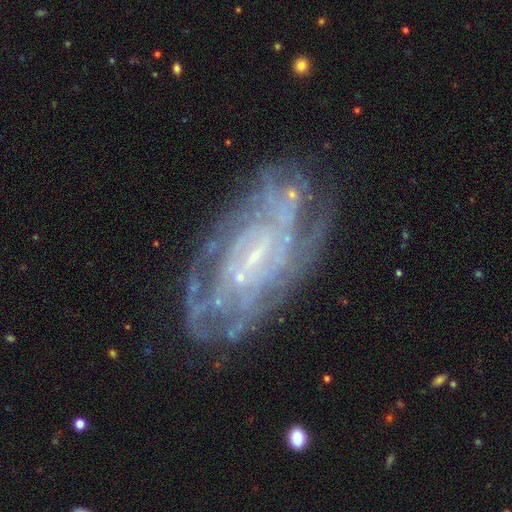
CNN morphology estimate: Overall: featured or disk (85%). Edge-on disk: no (95%). Bar: no (44%; weak 40%). Spiral arms: yes (93%). Spiral arm count: can't tell (41%; 2 14%). Spiral winding: tight (71%). Bulge size: small (78%). Merging: none (71%).